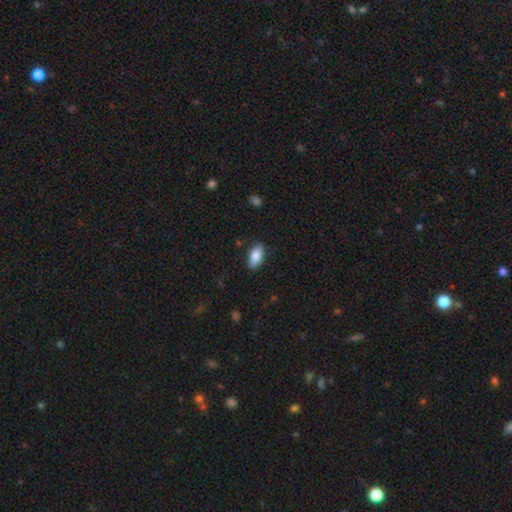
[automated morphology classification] A smooth galaxy with no disk features (83%) that is in between round and cigar-shaped (88%). Merging: none (86%).